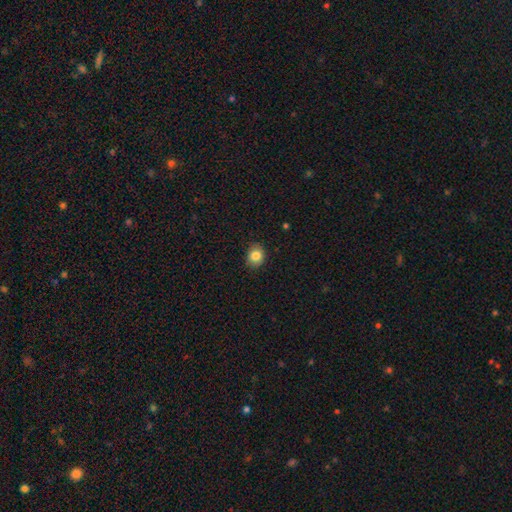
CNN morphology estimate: smooth-or-featured: smooth: 84% | star or artifact: 10% | featured or disk: 7%
  how-rounded: round: 55% | in between: 44% | cigar-shaped: 1%
  merging: none: 85% | minor disturbance: 12% | major disturbance: 2% | merger: 1%